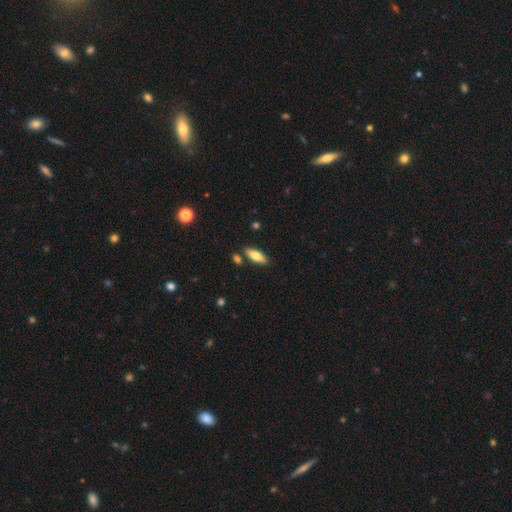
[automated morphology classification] Smooth or featured? Predicted: smooth (p=0.69). How rounded? Predicted: in between (p=0.61). Merging? Predicted: none (p=0.83).